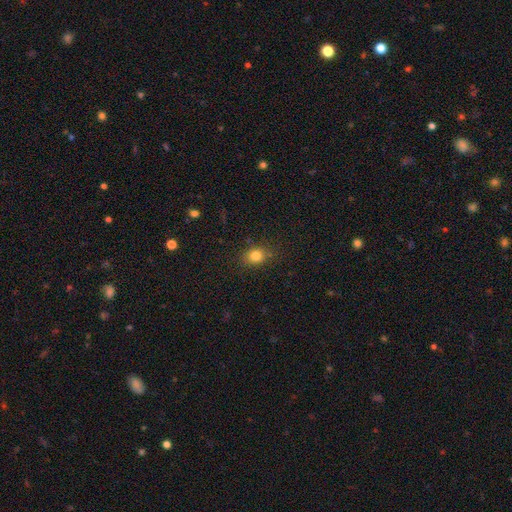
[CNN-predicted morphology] This is clearly a smooth galaxy (82%). How rounded: possibly round (58%). Merging: clearly none (84%).